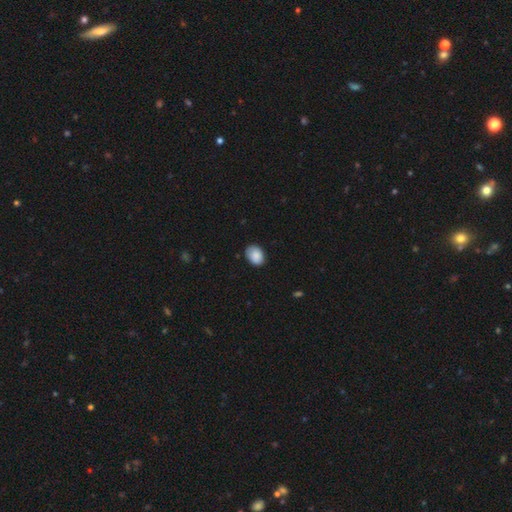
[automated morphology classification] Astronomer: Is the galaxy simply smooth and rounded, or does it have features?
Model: smooth — 88%.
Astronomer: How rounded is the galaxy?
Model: in between — 74%.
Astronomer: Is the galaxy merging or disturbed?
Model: none — 78%.